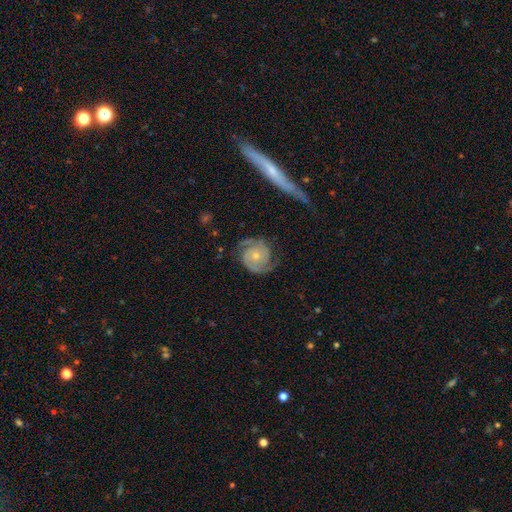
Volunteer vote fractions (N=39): Smooth or featured?
  - featured or disk: 95% *
  - smooth: 5%
  - star or artifact: 0%
Edge-on disk?
  - no: 97% *
  - yes: 3%
Bar?
  - no: 75% *
  - weak: 14%
  - strong: 11%
Spiral arms?
  - yes: 100% *
  - no: 0%
Spiral winding?
  - tight: 56% *
  - medium: 36%
  - loose: 8%
Spiral arm count?
  - 2: 97% *
  - can't tell: 3%
  - 1: 0%
  - 3: 0%
  - 4: 0%
  - more than 4: 0%
Bulge size?
  - moderate: 64% *
  - small: 33%
  - large: 3%
  - dominant: 0%
  - none: 0%
Merging?
  - none: 74% *
  - minor disturbance: 18%
  - major disturbance: 8%
  - merger: 0%